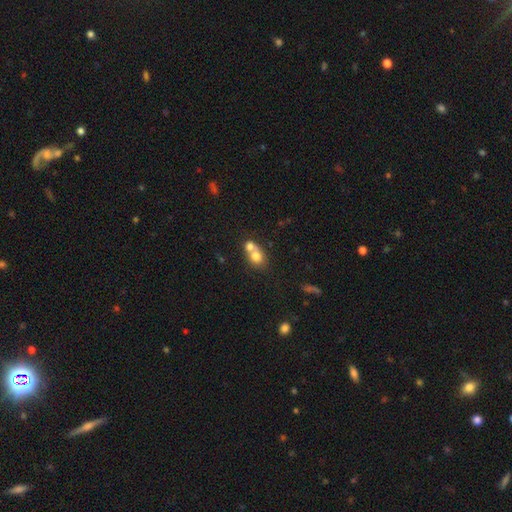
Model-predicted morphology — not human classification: smooth-or-featured: smooth: 72% | featured or disk: 18% | star or artifact: 10%
  how-rounded: round: 64% | in between: 34% | cigar-shaped: 1%
  merging: merger: 64% | none: 26% | minor disturbance: 6% | major disturbance: 3%